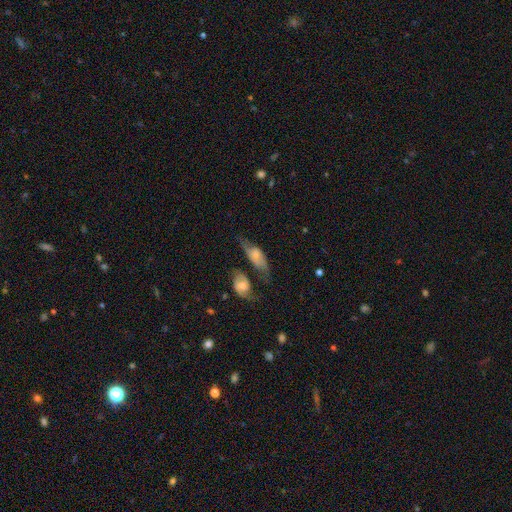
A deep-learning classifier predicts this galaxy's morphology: This is possibly a featured or disk galaxy (51%). It is likely not viewed edge-on (69%). Merging: marginally none (38%).